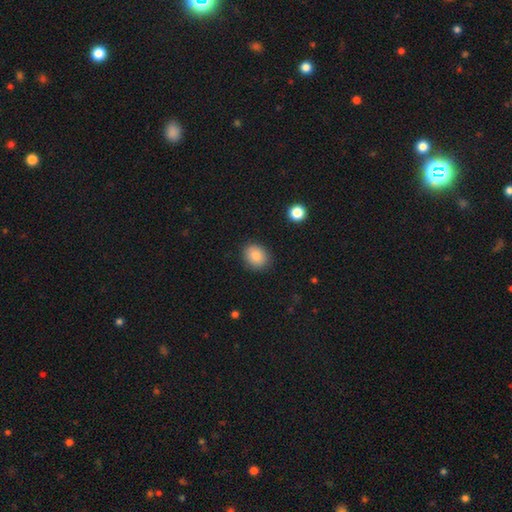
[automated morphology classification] Smooth or featured: smooth — 84% (star or artifact — 9%)
How rounded: round — 52% (in between — 47%)
Merging: none — 87% (minor disturbance — 10%)